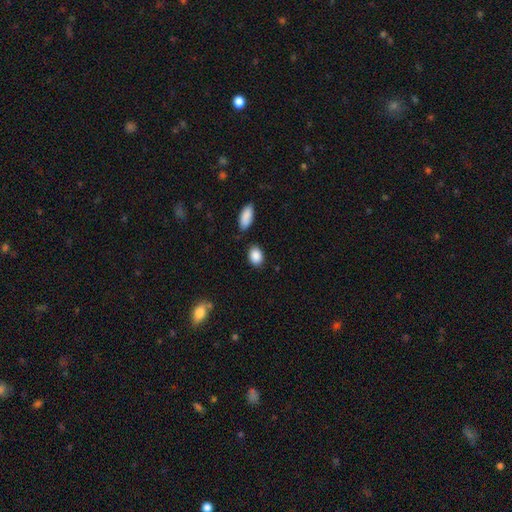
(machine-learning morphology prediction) A smooth galaxy with no disk features (89%) that is in between round and cigar-shaped (72%). Merging: none (78%).